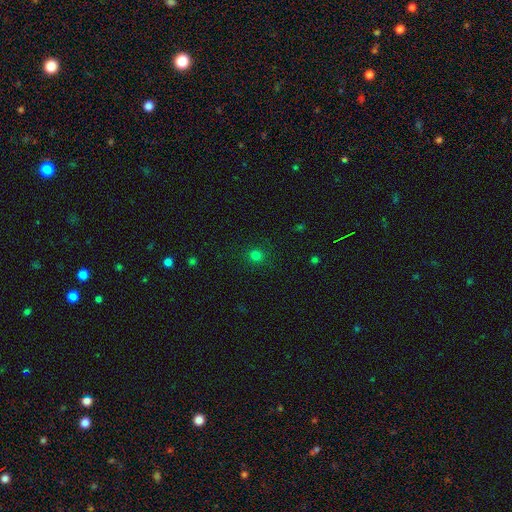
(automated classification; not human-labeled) Smooth or featured? Predicted: smooth (p=0.77). How rounded? Predicted: round (p=0.91). Merging? Predicted: none (p=0.89).